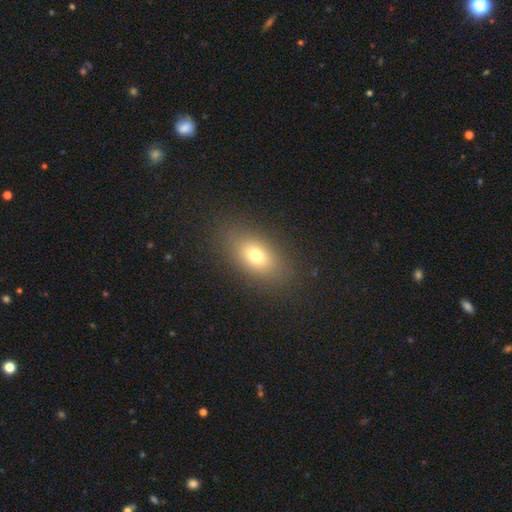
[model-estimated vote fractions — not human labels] smooth-or-featured: smooth: 73% | featured or disk: 15% | star or artifact: 12%
  how-rounded: in between: 83% | round: 13% | cigar-shaped: 5%
  merging: none: 84% | minor disturbance: 10% | major disturbance: 4% | merger: 1%